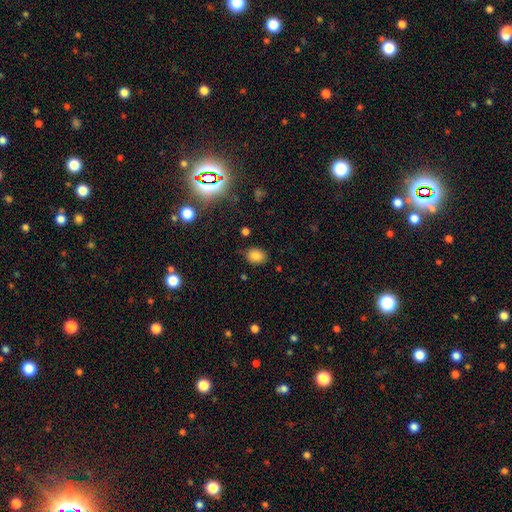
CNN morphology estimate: A smooth galaxy with no disk features (81%) that is in between round and cigar-shaped (63%).

Vote fractions:
- Smooth or featured? smooth: 81% / star or artifact: 13% / featured or disk: 6%
- How rounded? in between: 63% / round: 36% / cigar-shaped: 1%
- Merging? none: 81% / minor disturbance: 14% / major disturbance: 3% / merger: 2%